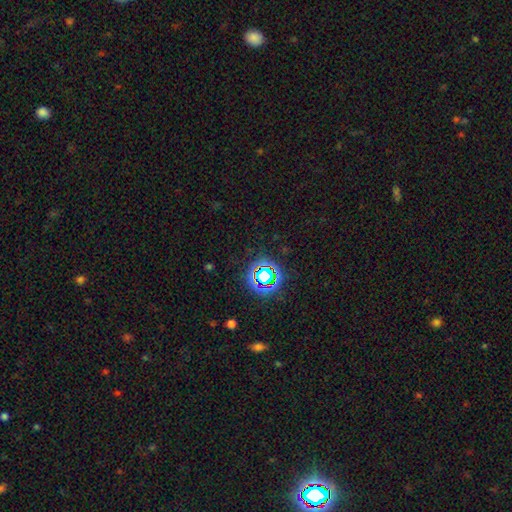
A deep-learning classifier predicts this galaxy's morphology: Smooth or featured? star or artifact (68%)